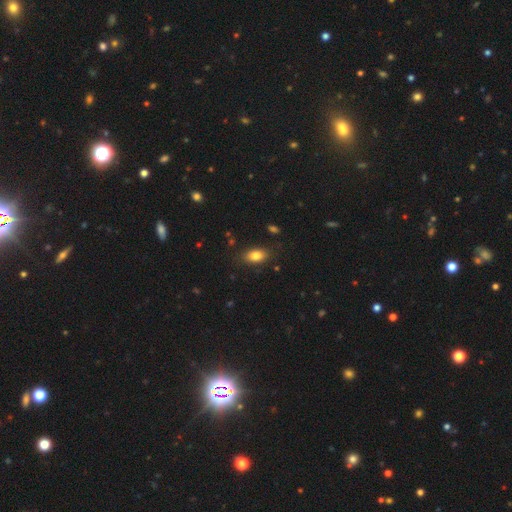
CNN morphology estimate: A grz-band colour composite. It shows a smooth galaxy with no disk features (82%) that is in between round and cigar-shaped (88%). Merging: none (82%).